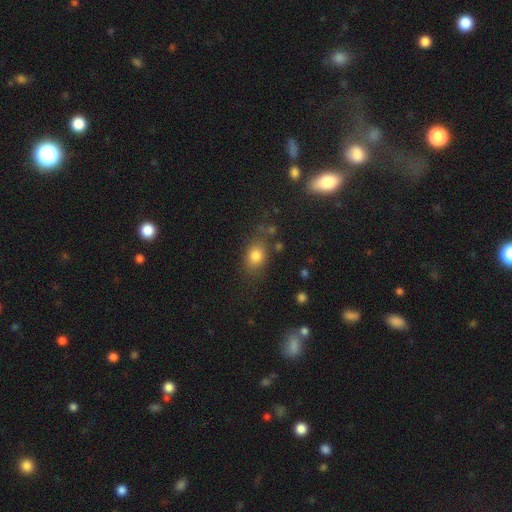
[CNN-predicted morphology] This is clearly a smooth galaxy (80%). How rounded: likely in between (62%). Merging: likely none (70%).